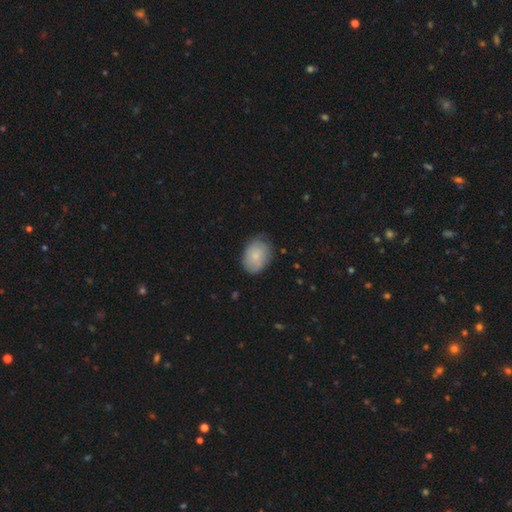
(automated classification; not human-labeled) Smooth or featured: smooth — 77% (featured or disk — 16%)
How rounded: in between — 74% (round — 25%)
Merging: none — 69% (minor disturbance — 25%)